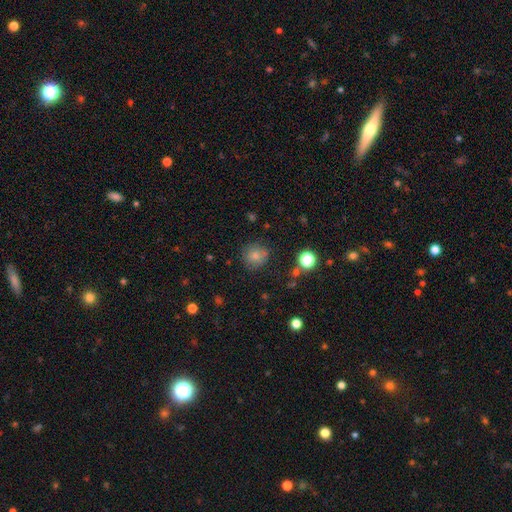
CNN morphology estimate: This is likely a smooth galaxy (78%). How rounded: clearly round (89%). Merging: likely none (79%).